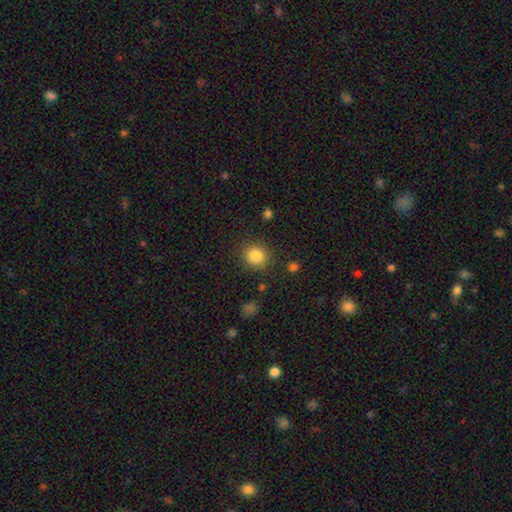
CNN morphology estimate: Smooth or featured? Predicted: smooth (p=0.85). How rounded? Predicted: round (p=0.82). Merging? Predicted: none (p=0.86).